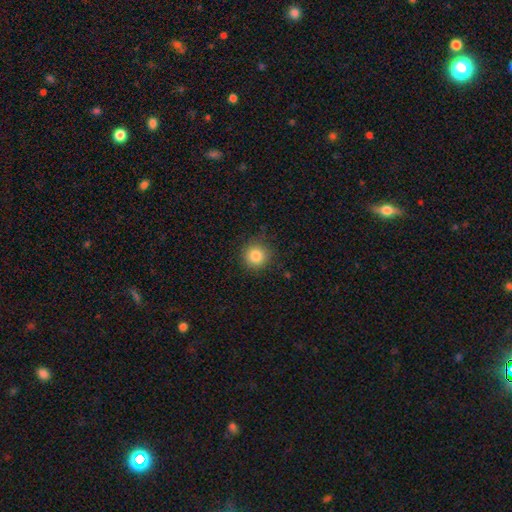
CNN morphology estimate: This appears to be a smooth galaxy with no disk features (84%) that is round (94%). Merging: none (88%).